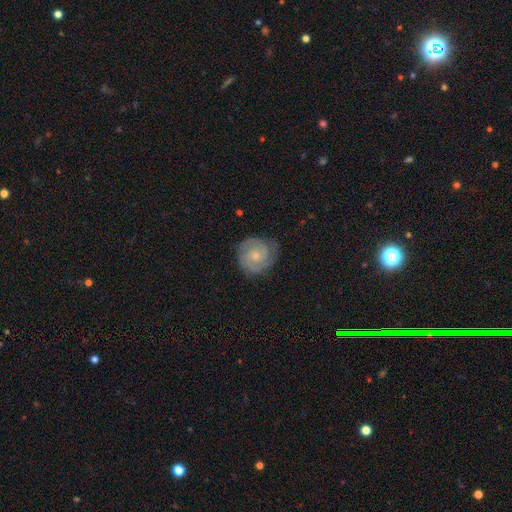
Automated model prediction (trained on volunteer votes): featured or disk 80%, smooth 14%, star or artifact 6%. Down the decision tree: edge-on disk — no (98%); bar — no (72%); spiral arms — yes (96%); spiral arm count — 2 (53%); spiral winding — tight (67%); bulge size — small (68%); merging — none (77%).